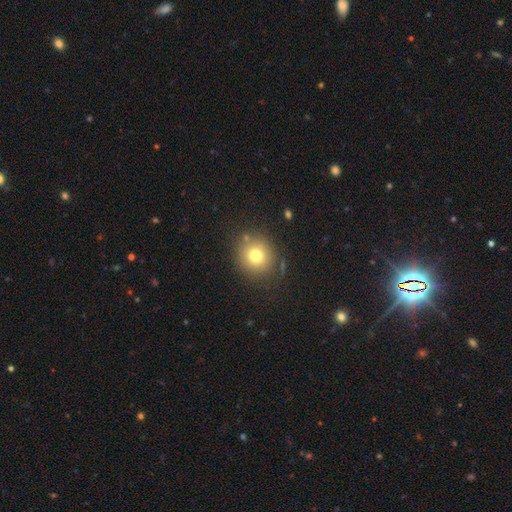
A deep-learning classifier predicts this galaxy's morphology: Smooth or featured?
  - smooth: 74% *
  - star or artifact: 14%
  - featured or disk: 12%
How rounded?
  - round: 89% *
  - in between: 10%
  - cigar-shaped: 1%
Merging?
  - none: 83% *
  - minor disturbance: 9%
  - major disturbance: 4%
  - merger: 4%